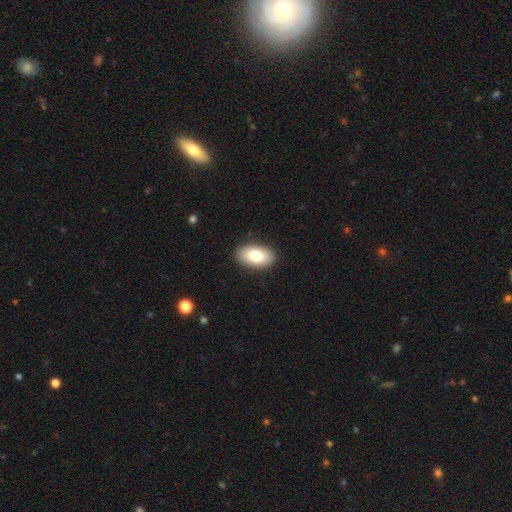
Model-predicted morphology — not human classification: A smooth galaxy with no disk features (79%) that is in between round and cigar-shaped (94%). Merging: none (89%).